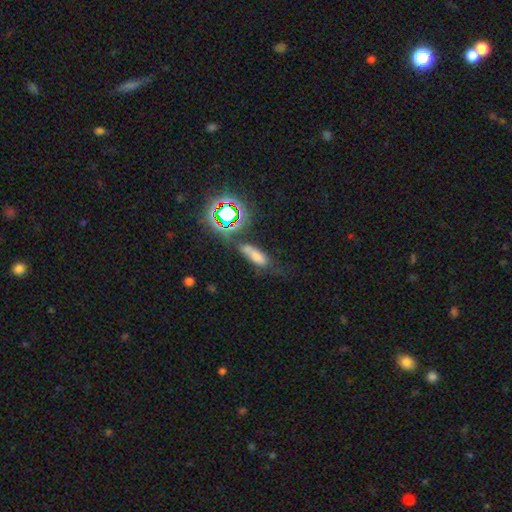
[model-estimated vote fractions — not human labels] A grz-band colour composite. It shows a smooth galaxy with no disk features (60%) that is in between round and cigar-shaped (66%). Merging: none (45%).